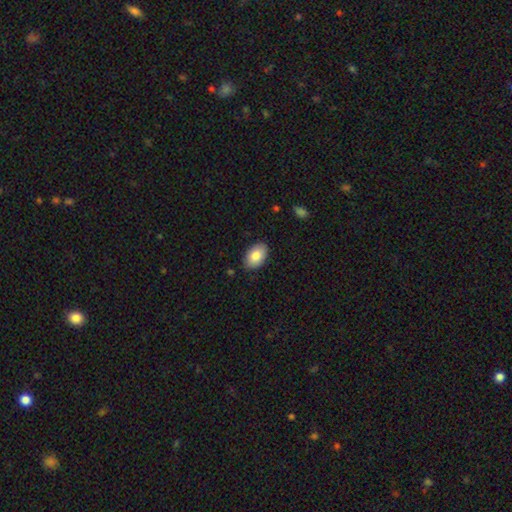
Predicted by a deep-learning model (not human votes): The model was most divided on "smooth or featured": smooth: 83%, featured or disk: 11%, star or artifact: 6%. More confident: how rounded — in between (92%); merging — none (86%).